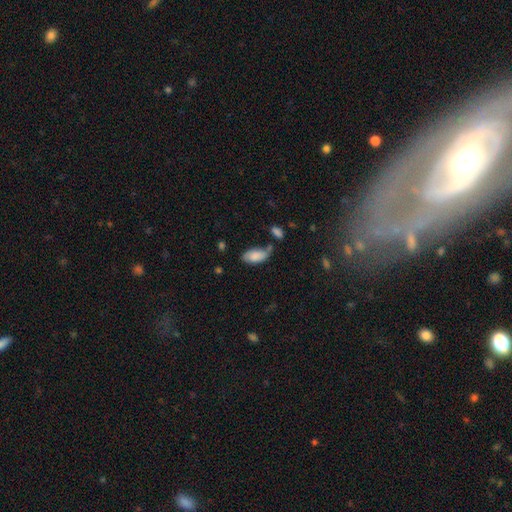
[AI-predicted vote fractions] smooth 82%, featured or disk 11%, star or artifact 7%. Down the decision tree: how rounded — in between (92%); merging — none (51%).